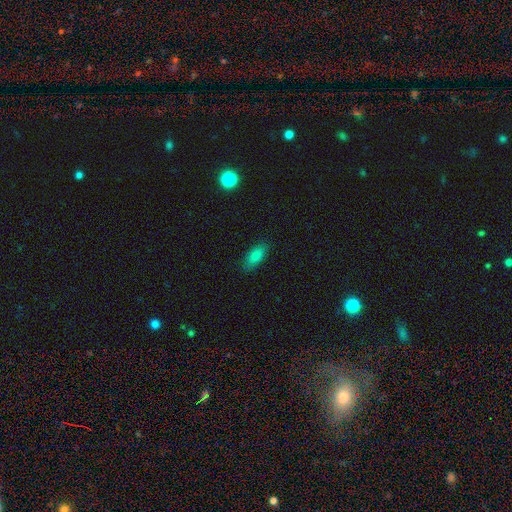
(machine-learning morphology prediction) smooth 80%, featured or disk 11%, star or artifact 9%. Down the decision tree: how rounded — in between (82%); merging — none (86%).